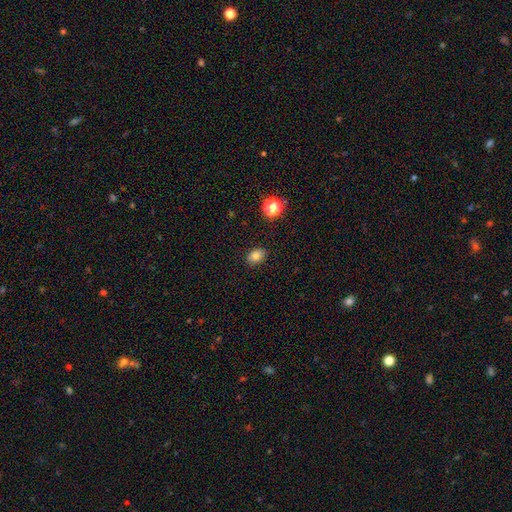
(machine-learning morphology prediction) Smooth or featured?
  - smooth: 81% *
  - star or artifact: 11%
  - featured or disk: 8%
How rounded?
  - in between: 73% *
  - round: 26%
  - cigar-shaped: 1%
Merging?
  - none: 88% *
  - minor disturbance: 9%
  - major disturbance: 2%
  - merger: 1%